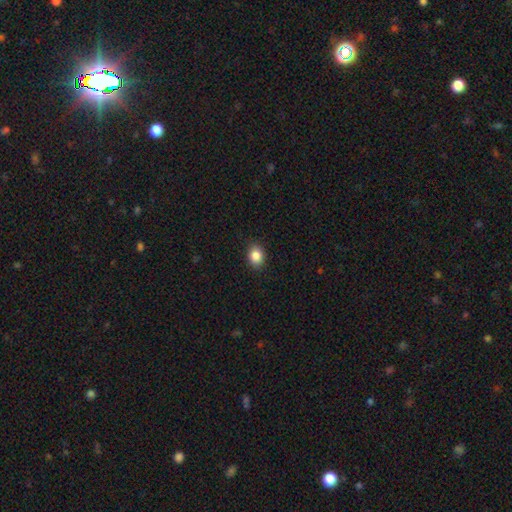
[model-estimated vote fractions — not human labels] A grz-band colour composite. It shows a smooth galaxy with no disk features (86%) that is in between round and cigar-shaped (52%). Merging: none (89%).